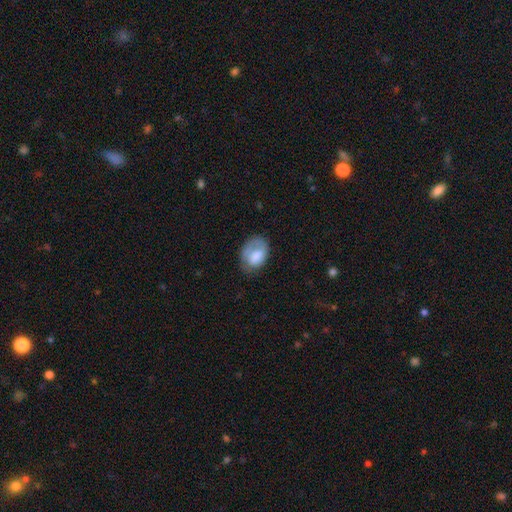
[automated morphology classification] smooth 69%, featured or disk 25%, star or artifact 7%. Down the decision tree: how rounded — in between (78%); merging — none (48%).